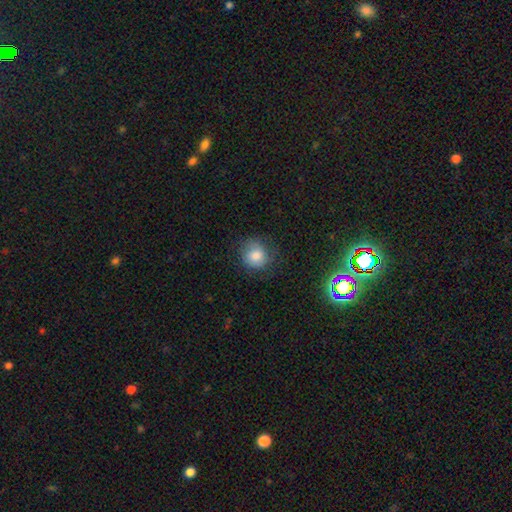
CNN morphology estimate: smooth 83%, star or artifact 9%, featured or disk 8%. Down the decision tree: how rounded — round (85%); merging — none (73%).